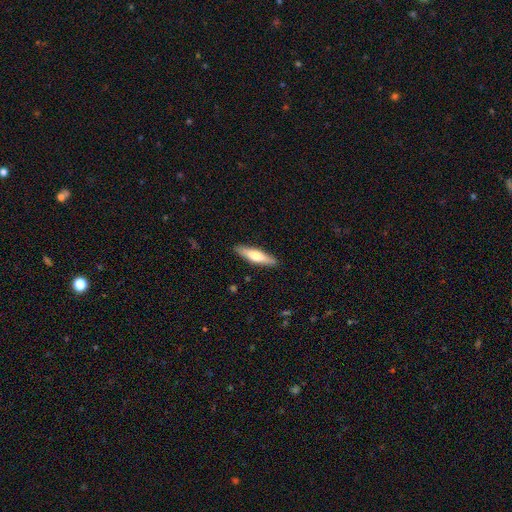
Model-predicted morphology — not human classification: Smooth or featured: smooth — 60% (featured or disk — 35%)
How rounded: cigar-shaped — 75% (in between — 23%)
Merging: none — 89% (minor disturbance — 8%)